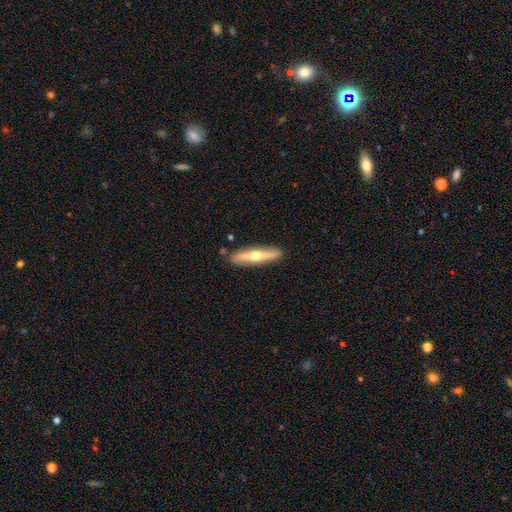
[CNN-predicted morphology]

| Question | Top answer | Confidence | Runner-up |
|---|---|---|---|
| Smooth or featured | featured or disk | 64% | smooth (31%) |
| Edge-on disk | yes | 89% | no (11%) |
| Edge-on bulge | rounded | 93% | none (4%) |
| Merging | none | 86% | minor disturbance (10%) |